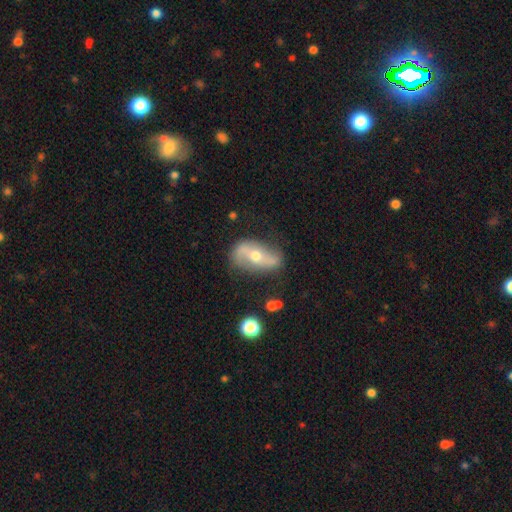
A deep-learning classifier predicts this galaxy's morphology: smooth_or_featured: featured or disk (p=0.71) [alt: smooth p=0.22]
disk_edge_on: no (p=0.86) [alt: yes p=0.14]
bar: no (p=0.37) [alt: strong p=0.36]
has_spiral_arms: yes (p=0.77) [alt: no p=0.23]
bulge_size: moderate (p=0.65) [alt: small p=0.29]
merging: none (p=0.70) [alt: minor disturbance p=0.20]